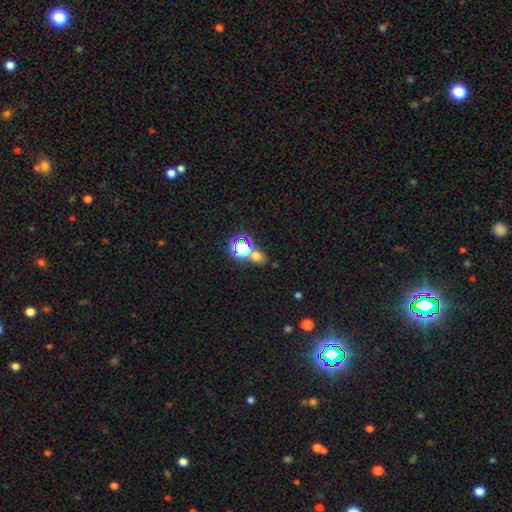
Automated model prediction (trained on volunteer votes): Smooth or featured? Predicted: smooth (p=0.55). How rounded? Predicted: round (p=0.55). Merging? Predicted: none (p=0.59).